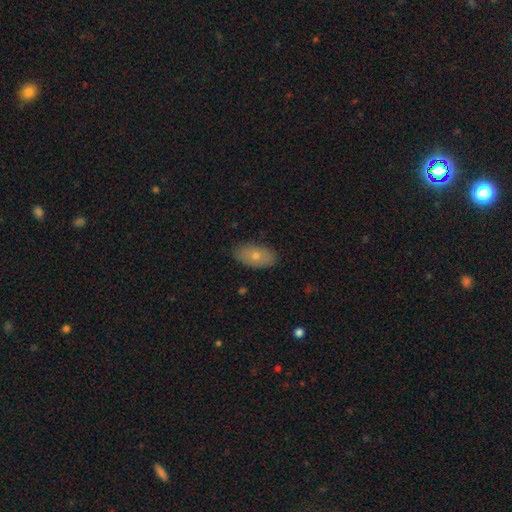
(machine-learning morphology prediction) Smooth or featured? smooth (71%)
How rounded? in between (92%)
Merging? none (84%)